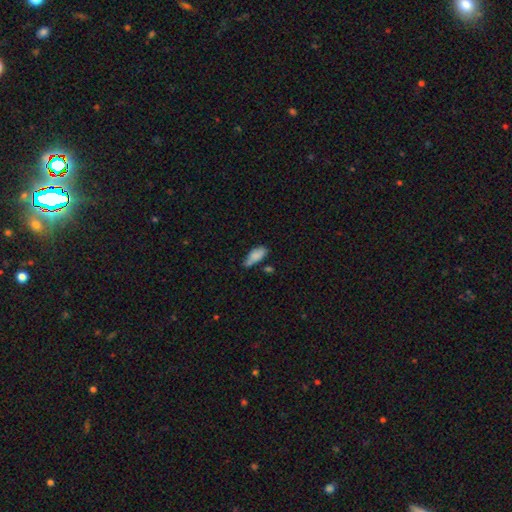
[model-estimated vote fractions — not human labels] A smooth galaxy with no disk features (83%) that is in between round and cigar-shaped (78%).

Vote fractions:
- Smooth or featured? smooth: 83% / featured or disk: 10% / star or artifact: 8%
- How rounded? in between: 78% / cigar-shaped: 20% / round: 2%
- Merging? none: 46% / minor disturbance: 36% / merger: 9% / major disturbance: 9%